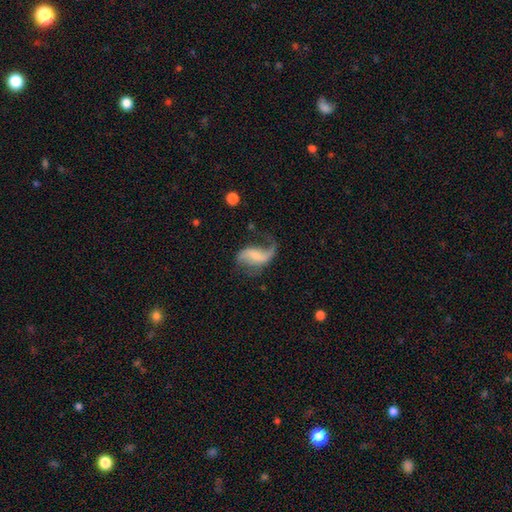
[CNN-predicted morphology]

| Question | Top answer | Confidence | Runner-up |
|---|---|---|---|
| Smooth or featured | featured or disk | 76% | smooth (17%) |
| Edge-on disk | no | 97% | yes (3%) |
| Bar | weak | 44% | no (30%) |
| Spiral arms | yes | 92% | no (8%) |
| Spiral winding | loose | 80% | medium (16%) |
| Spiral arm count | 2 | 71% | 1 (24%) |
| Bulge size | none | 39% | small (33%) |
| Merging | none | 42% | major disturbance (34%) |